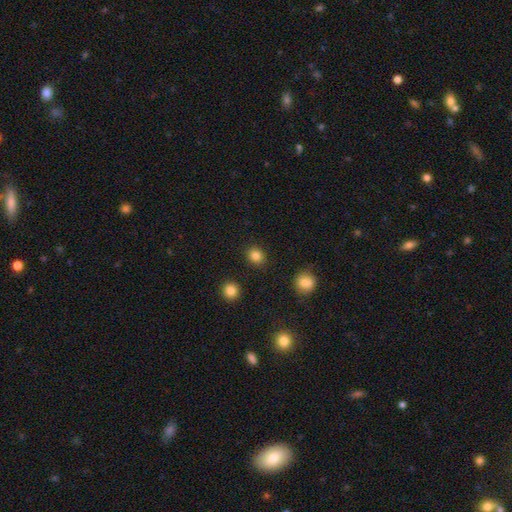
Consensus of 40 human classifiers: smooth 88%, featured or disk 8%, star or artifact 5%. Down the decision tree: how rounded — round (94%); merging — none (89%).